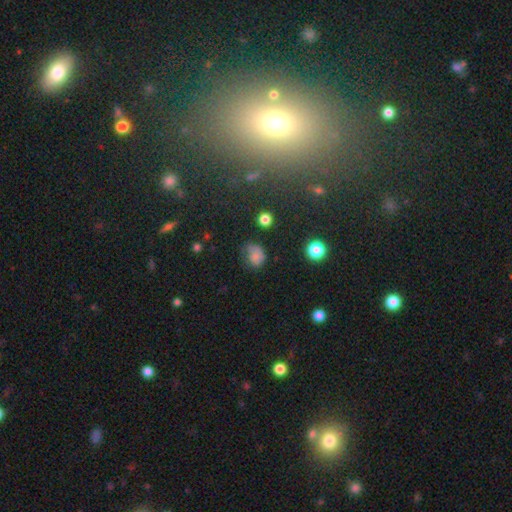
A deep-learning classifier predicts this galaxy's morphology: smooth-or-featured: smooth: 69% | featured or disk: 16% | star or artifact: 15%
  how-rounded: in between: 53% | round: 46% | cigar-shaped: 1%
  merging: none: 47% | minor disturbance: 33% | major disturbance: 17% | merger: 4%